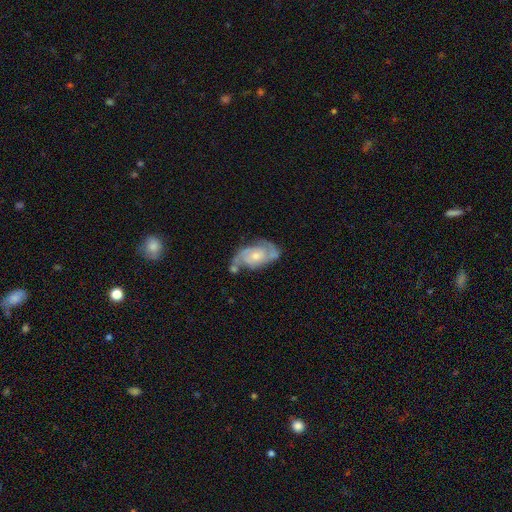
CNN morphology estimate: The model was most divided on "spiral winding": medium: 46%, tight: 39%, loose: 15%. More confident: edge-on disk — no (96%); spiral arms — yes (94%); smooth or featured — featured or disk (82%); spiral arm count — 2 (81%); bar — no (66%); merging — none (54%); bulge size — small (51%).